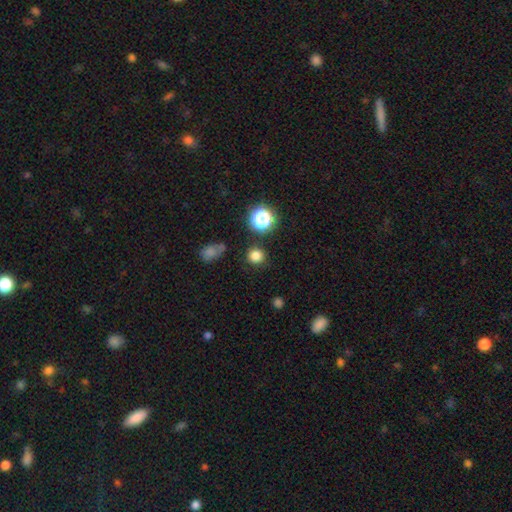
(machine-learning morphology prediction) A smooth galaxy with no disk features (79%) that is round (91%). Merging: none (86%).